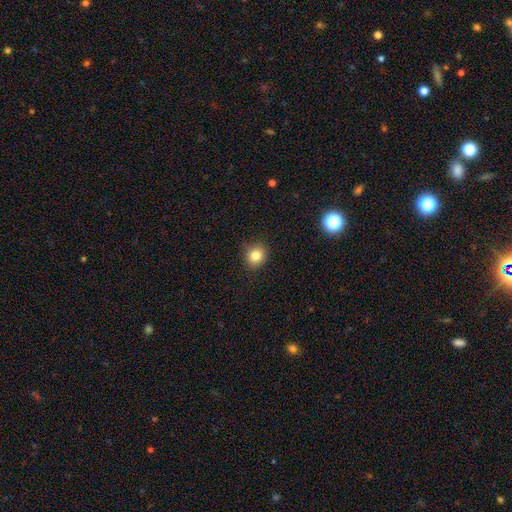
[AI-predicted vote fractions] Smooth or featured?
  - smooth: 82% *
  - star or artifact: 12%
  - featured or disk: 6%
How rounded?
  - round: 81% *
  - in between: 18%
  - cigar-shaped: 1%
Merging?
  - none: 87% *
  - minor disturbance: 10%
  - major disturbance: 2%
  - merger: 1%